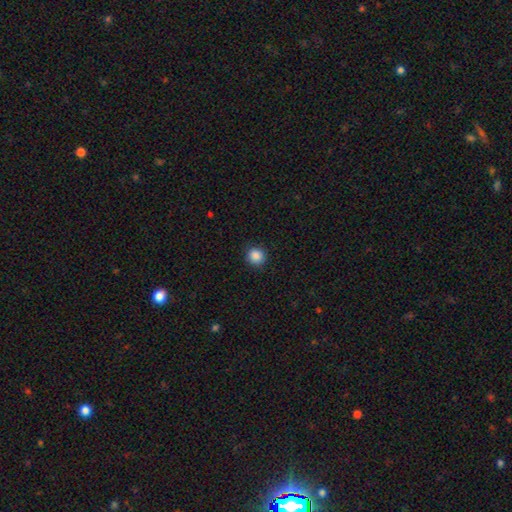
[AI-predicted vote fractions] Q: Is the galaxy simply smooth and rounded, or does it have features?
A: smooth — 87%.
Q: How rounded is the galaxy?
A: round — 93%.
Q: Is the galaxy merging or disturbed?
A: none — 92%.